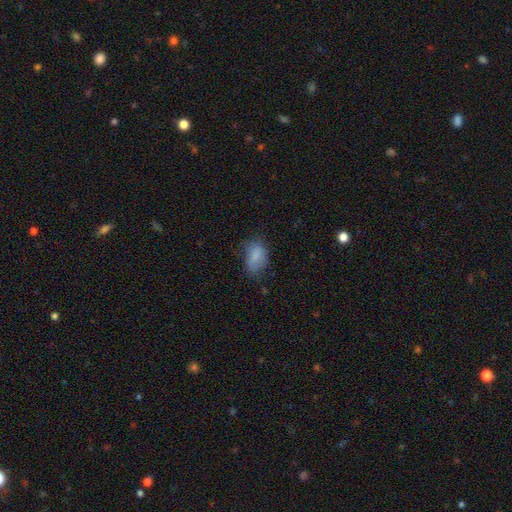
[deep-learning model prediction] smooth 79%, featured or disk 12%, star or artifact 9%. Down the decision tree: how rounded — in between (87%); merging — none (51%).